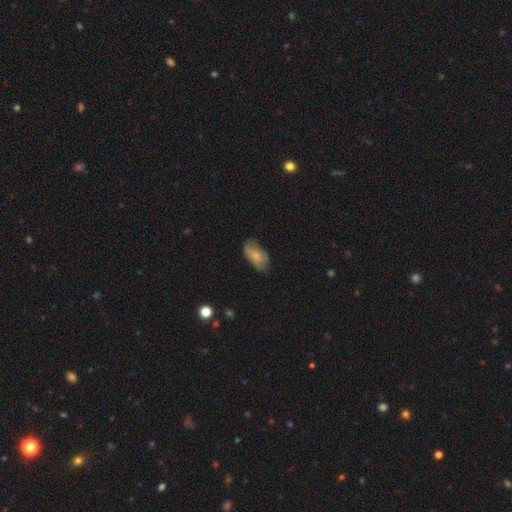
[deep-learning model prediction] Overall: smooth (68%). How rounded: in between (92%). Merging: none (57%; minor disturbance 32%).